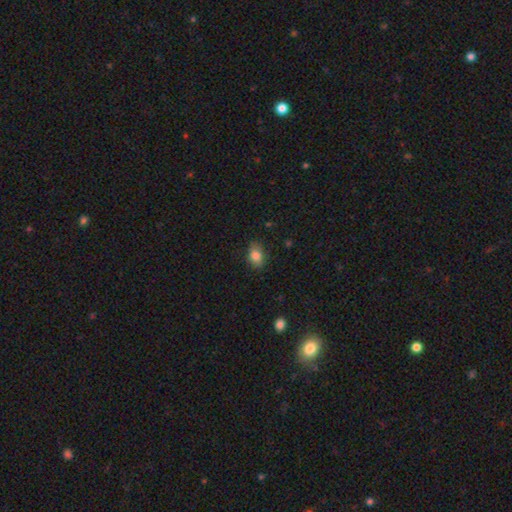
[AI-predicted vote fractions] Overall: smooth (83%). How rounded: in between (78%). Merging: none (78%).